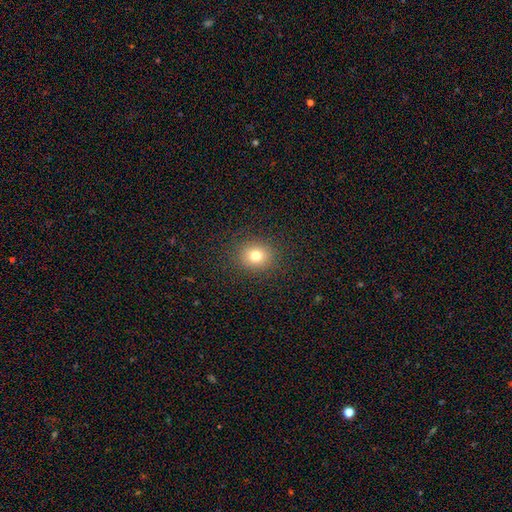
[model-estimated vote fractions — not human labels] The model was most divided on "how rounded": round: 78%, in between: 21%, cigar-shaped: 1%. More confident: merging — none (89%); smooth or featured — smooth (77%).